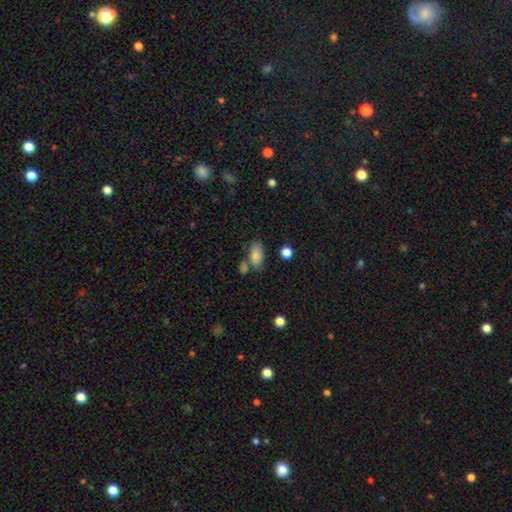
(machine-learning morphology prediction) This appears to be a smooth galaxy with no disk features (84%) that is in between round and cigar-shaped (91%). Merging: none (63%).